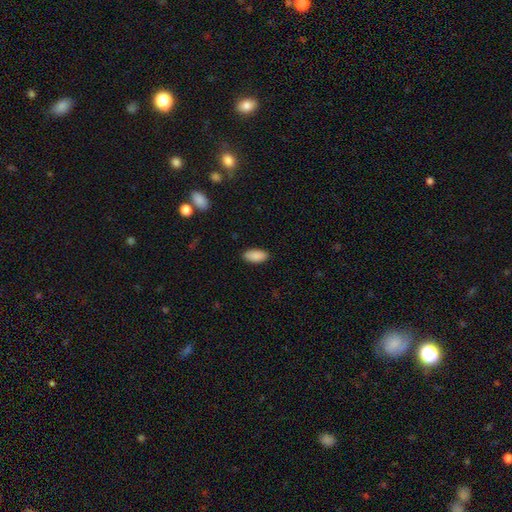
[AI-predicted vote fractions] Smooth or featured: smooth — 90% (star or artifact — 6%)
How rounded: in between — 92% (cigar-shaped — 6%)
Merging: none — 89% (minor disturbance — 8%)